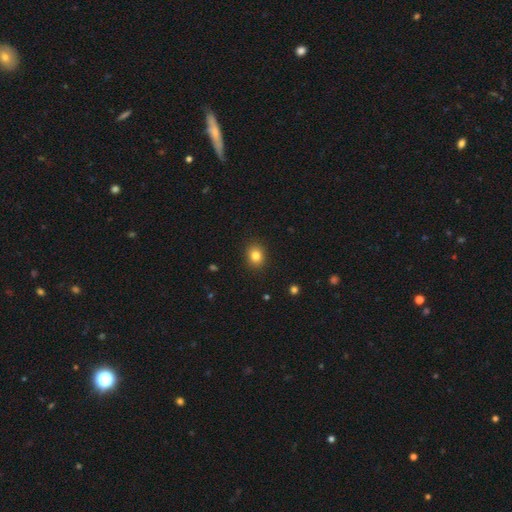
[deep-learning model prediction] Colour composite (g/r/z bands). It shows a smooth galaxy with no disk features (83%) that is round (59%). Merging: none (90%).